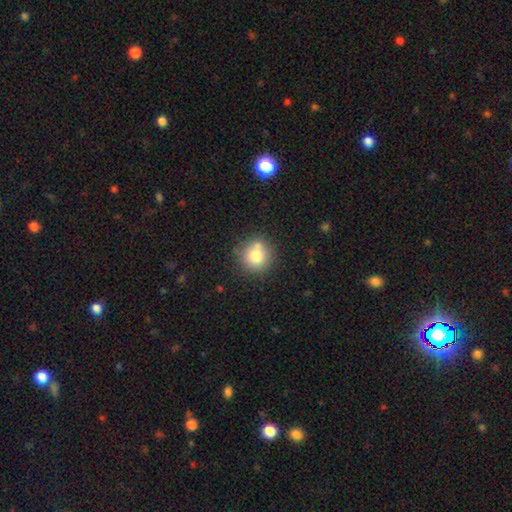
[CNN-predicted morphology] smooth-or-featured: smooth: 76% | featured or disk: 13% | star or artifact: 11%
  how-rounded: round: 91% | in between: 8% | cigar-shaped: 1%
  merging: none: 71% | minor disturbance: 13% | merger: 12% | major disturbance: 4%